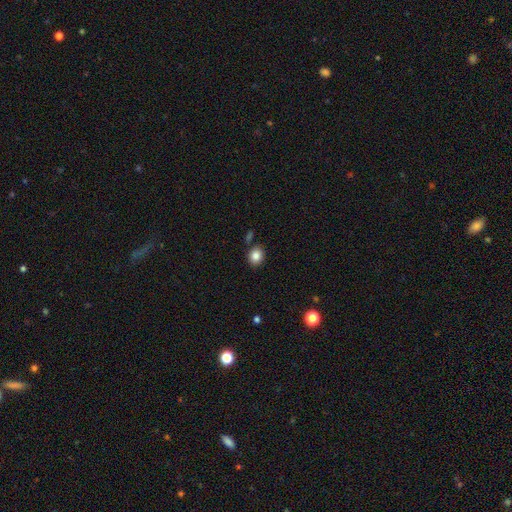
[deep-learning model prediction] A smooth galaxy with no disk features (85%) that is round (57%). Merging: none (82%).